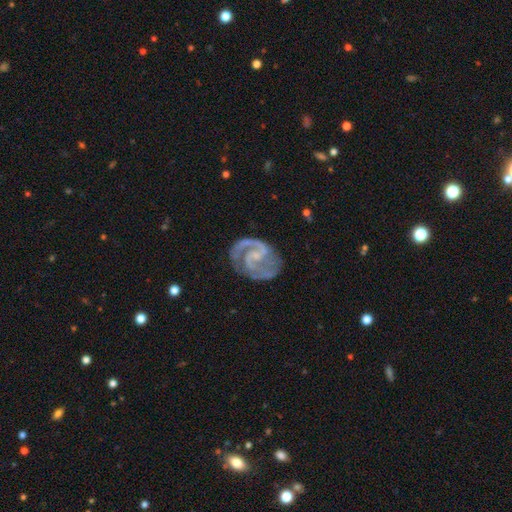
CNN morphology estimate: featured or disk 92%, star or artifact 4%, smooth 4%. Down the decision tree: edge-on disk — no (98%); bar — weak (47%); spiral arms — yes (98%); spiral arm count — 2 (90%); spiral winding — medium (58%); bulge size — small (61%); merging — none (71%).